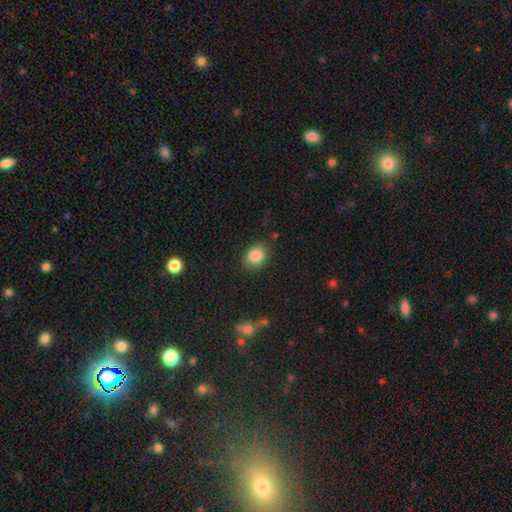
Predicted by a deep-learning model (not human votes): Morphology: type=smooth (85%); roundness=in between (54%); merging=none (82%).